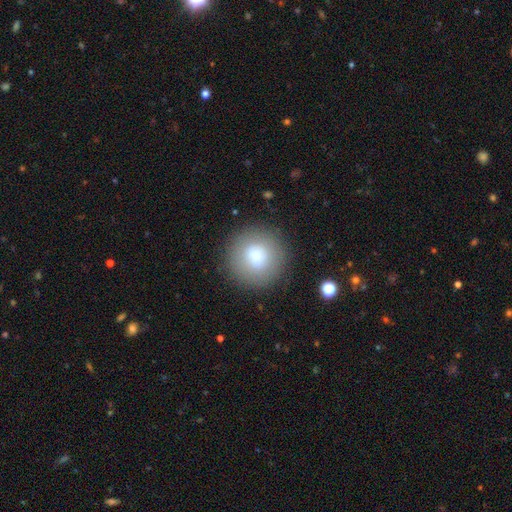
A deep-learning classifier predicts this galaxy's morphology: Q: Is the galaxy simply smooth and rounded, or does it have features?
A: smooth — 80%.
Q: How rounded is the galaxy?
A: round — 95%.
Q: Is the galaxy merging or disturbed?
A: none — 89%.